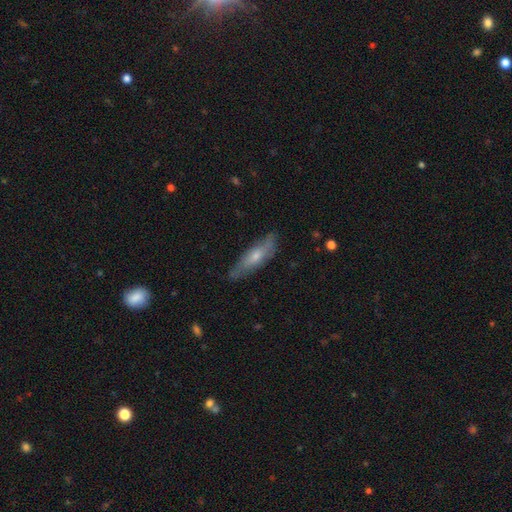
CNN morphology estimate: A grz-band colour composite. It shows a smooth galaxy with no disk features (47%). Merging: none (74%).